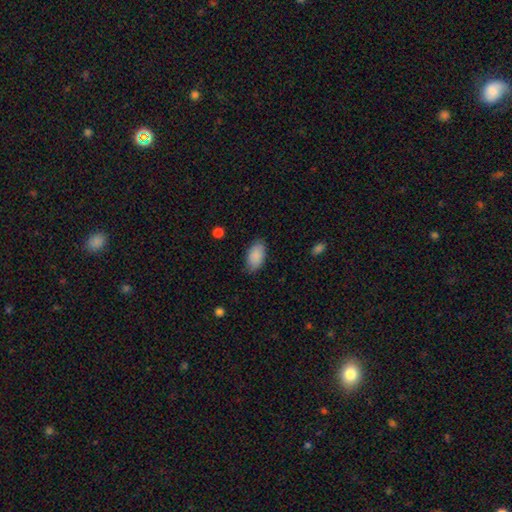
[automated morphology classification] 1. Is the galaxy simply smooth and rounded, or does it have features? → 90% smooth, 6% star or artifact, 4% featured or disk.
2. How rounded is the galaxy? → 95% in between, 3% round, 2% cigar-shaped.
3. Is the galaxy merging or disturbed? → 84% none, 12% minor disturbance, 3% major disturbance, 1% merger.